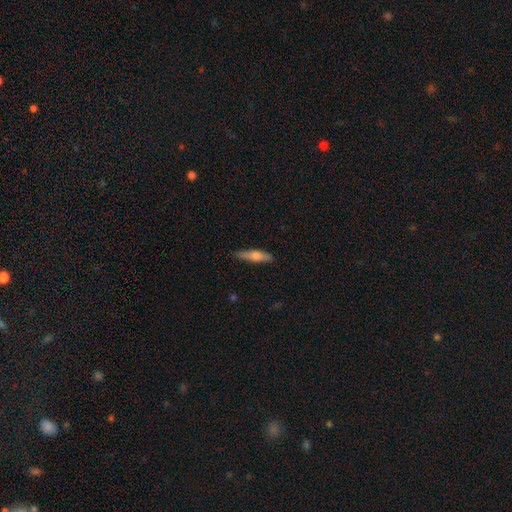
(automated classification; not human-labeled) Smooth or featured? Predicted: smooth (p=0.66). How rounded? Predicted: cigar-shaped (p=0.78). Merging? Predicted: none (p=0.84).